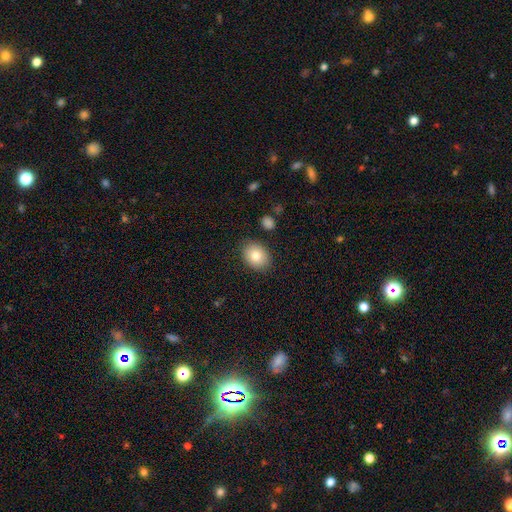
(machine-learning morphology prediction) Smooth or featured? smooth (81%)
How rounded? in between (60%)
Merging? none (85%)